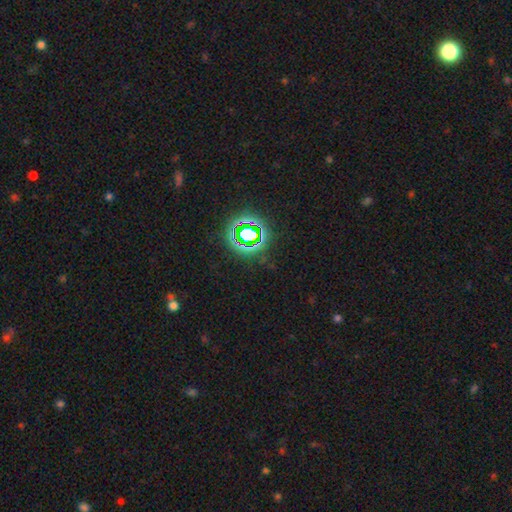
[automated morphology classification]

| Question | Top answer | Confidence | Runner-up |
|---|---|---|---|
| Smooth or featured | star or artifact | 69% | smooth (25%) |